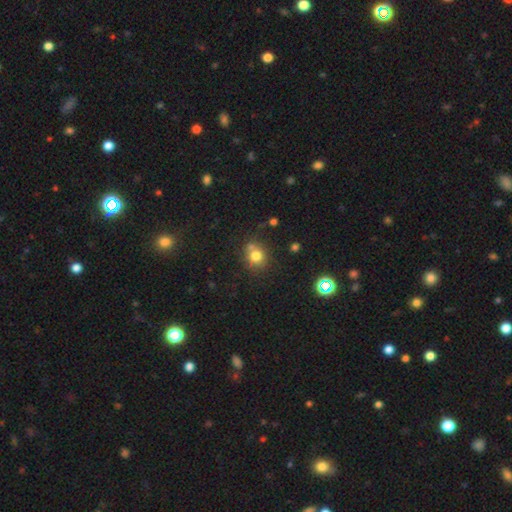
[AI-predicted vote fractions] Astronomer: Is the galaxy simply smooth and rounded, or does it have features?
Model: smooth — 75%.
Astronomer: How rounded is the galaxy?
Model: round — 81%.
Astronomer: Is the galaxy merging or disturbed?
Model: none — 62%.